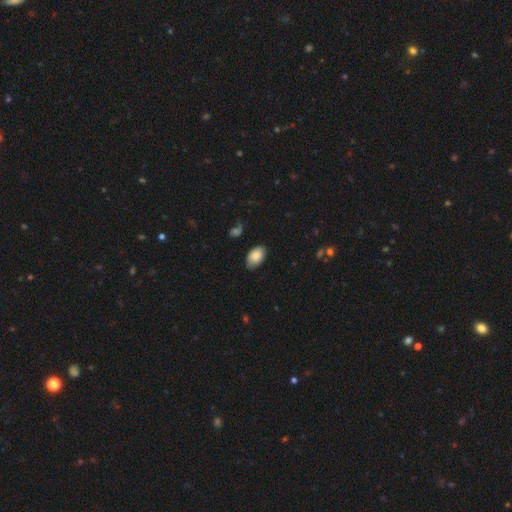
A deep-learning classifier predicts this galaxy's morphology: smooth_or_featured: smooth (p=0.84) [alt: featured or disk p=0.09]
how_rounded: in between (p=0.92) [alt: round p=0.06]
merging: none (p=0.75) [alt: minor disturbance p=0.20]